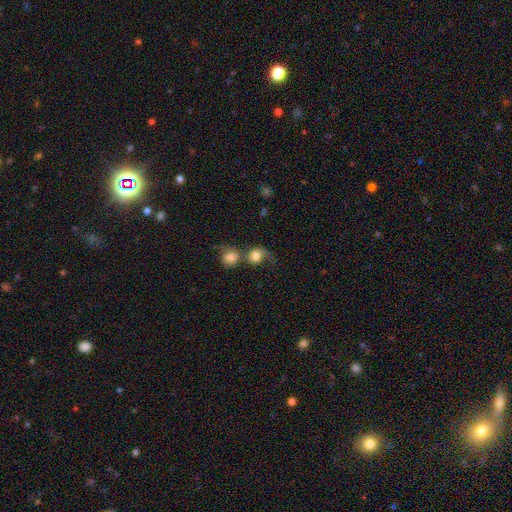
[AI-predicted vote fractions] smooth_or_featured: smooth (p=0.73) [alt: featured or disk p=0.18]
how_rounded: round (p=0.75) [alt: in between p=0.24]
merging: merger (p=0.50) [alt: none p=0.22]